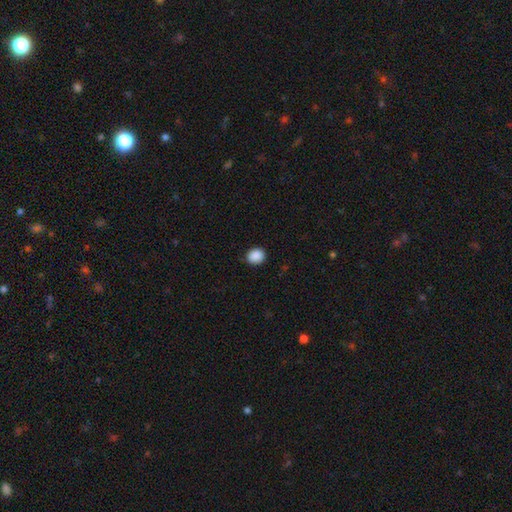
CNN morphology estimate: Smooth or featured? smooth (89%)
How rounded? round (72%)
Merging? none (90%)